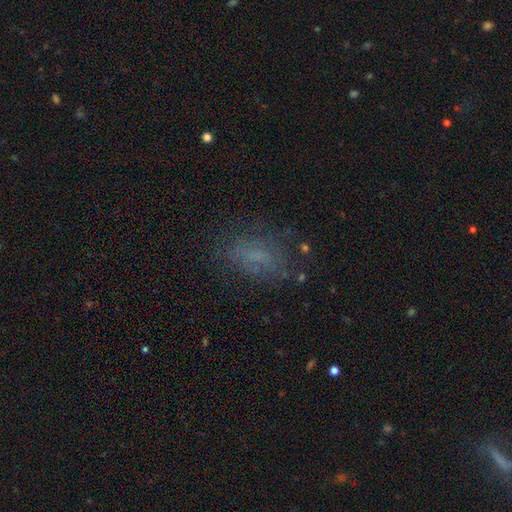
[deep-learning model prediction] This is possibly a smooth galaxy (53%). How rounded: clearly in between (80%). Merging: likely none (63%).